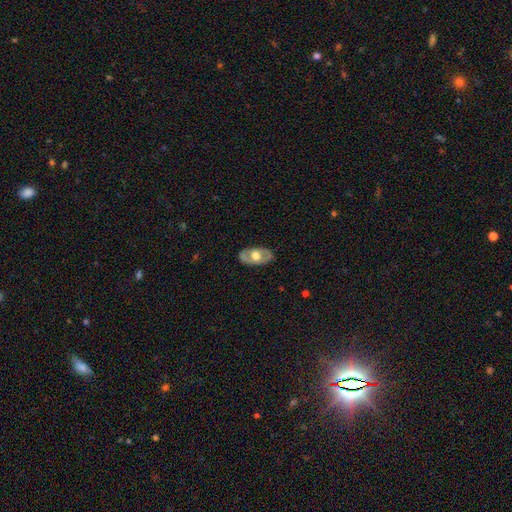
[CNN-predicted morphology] This is possibly a featured or disk galaxy (57%). It is clearly not viewed edge-on (85%). Merging: clearly none (82%).